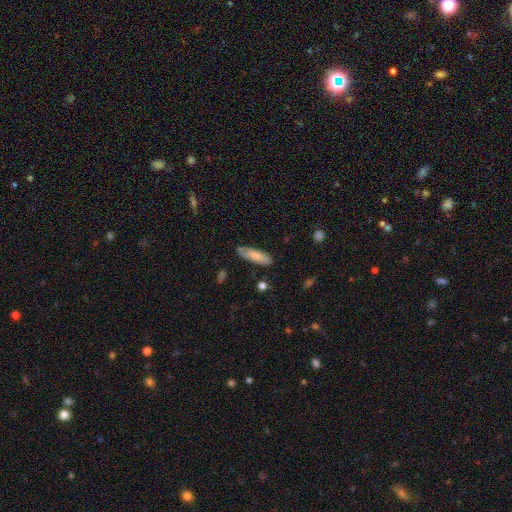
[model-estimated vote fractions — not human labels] Morphology: type=smooth (80%); roundness=cigar-shaped (54%); merging=none (79%).